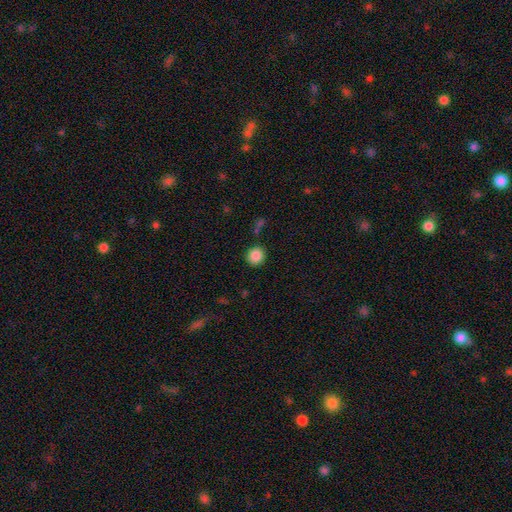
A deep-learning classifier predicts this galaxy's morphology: Q: Smooth or featured?
A: smooth (88%); runner-up: star or artifact (9%)
Q: How rounded?
A: round (88%); runner-up: in between (11%)
Q: Merging?
A: none (85%); runner-up: minor disturbance (9%)